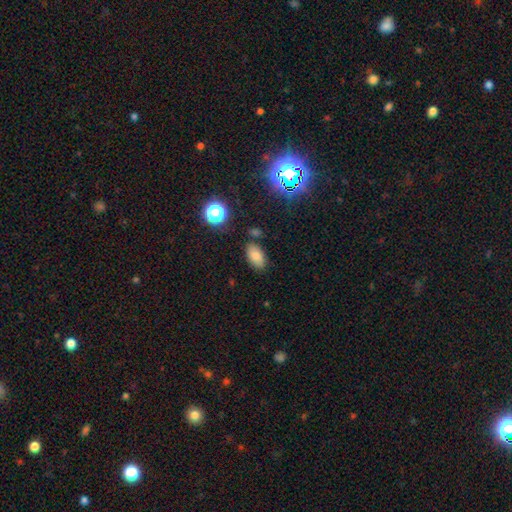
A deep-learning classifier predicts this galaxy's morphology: Smooth or featured?
  - smooth: 80% *
  - star or artifact: 12%
  - featured or disk: 8%
How rounded?
  - in between: 91% *
  - round: 6%
  - cigar-shaped: 3%
Merging?
  - none: 79% *
  - minor disturbance: 13%
  - merger: 5%
  - major disturbance: 3%